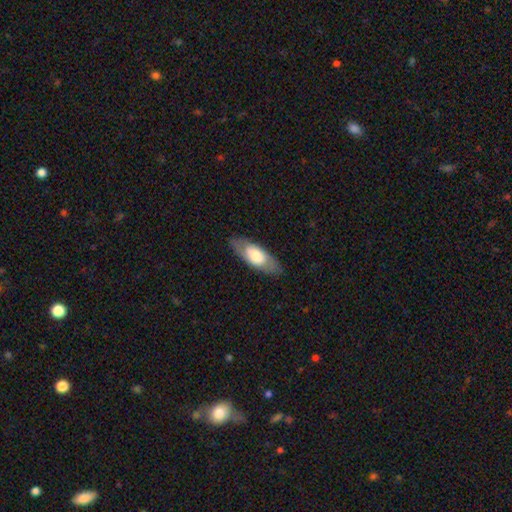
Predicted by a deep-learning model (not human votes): Smooth or featured?
  - smooth: 58% *
  - featured or disk: 36%
  - star or artifact: 6%
How rounded?
  - in between: 76% *
  - cigar-shaped: 21%
  - round: 3%
Merging?
  - none: 80% *
  - minor disturbance: 14%
  - major disturbance: 5%
  - merger: 1%